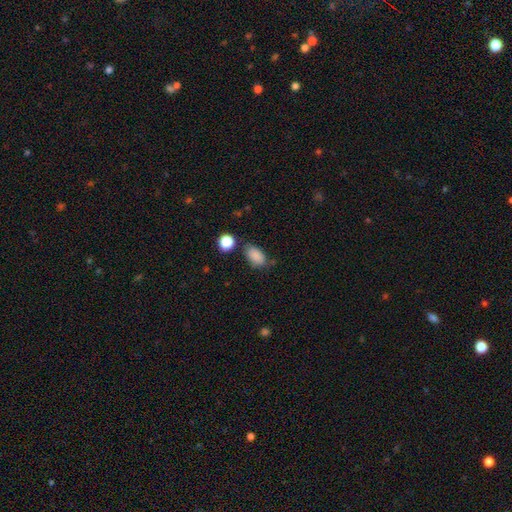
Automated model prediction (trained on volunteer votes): Smooth or featured: smooth — 86% (star or artifact — 9%)
How rounded: in between — 89% (round — 9%)
Merging: none — 67% (minor disturbance — 21%)